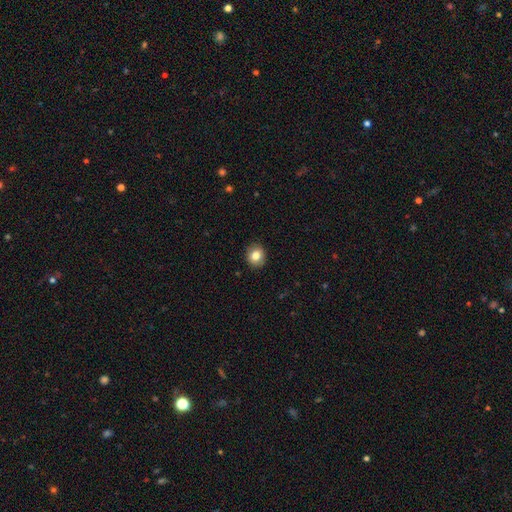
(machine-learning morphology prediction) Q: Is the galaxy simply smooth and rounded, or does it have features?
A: smooth — 82%.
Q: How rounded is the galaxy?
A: round — 76%.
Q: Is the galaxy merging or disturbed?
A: none — 91%.